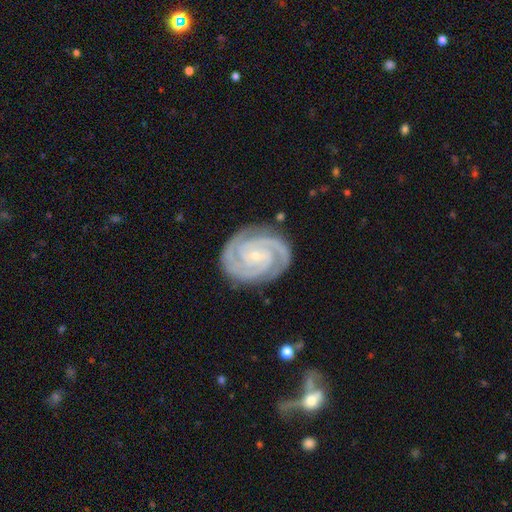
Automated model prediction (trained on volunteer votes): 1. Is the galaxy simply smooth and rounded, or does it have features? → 93% featured or disk, 4% star or artifact, 3% smooth.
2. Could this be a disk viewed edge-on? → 98% no, 2% yes.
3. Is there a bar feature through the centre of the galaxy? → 64% no, 25% weak, 12% strong.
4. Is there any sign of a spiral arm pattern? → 99% yes, 1% no.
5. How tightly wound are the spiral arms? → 80% tight, 18% medium, 2% loose.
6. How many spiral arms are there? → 56% 2, 26% 3, 5% can't tell, 5% 4, 4% more than 4, 4% 1.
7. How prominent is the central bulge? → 85% small, 12% moderate, 2% none, 1% large, 1% dominant.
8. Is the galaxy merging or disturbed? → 83% none, 12% minor disturbance, 3% major disturbance, 1% merger.